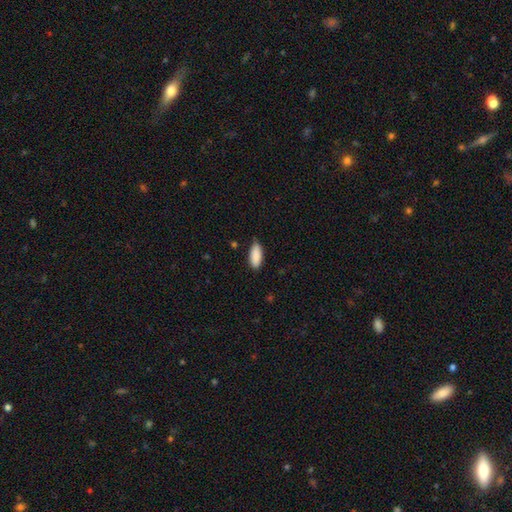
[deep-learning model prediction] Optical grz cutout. It shows a smooth galaxy with no disk features (90%) that is in between round and cigar-shaped (82%). Merging: none (82%).